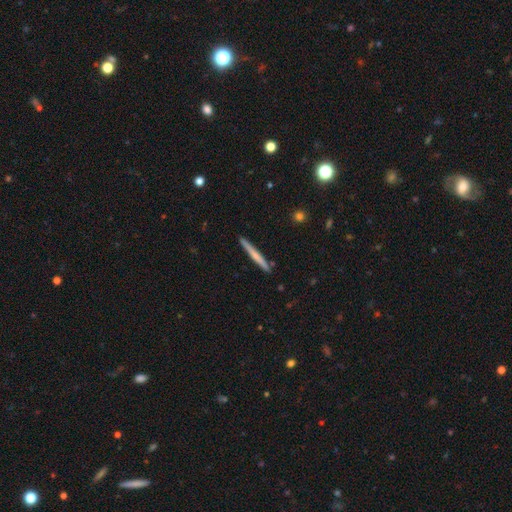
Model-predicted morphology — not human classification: The model was most divided on "smooth or featured": smooth: 49%, featured or disk: 45%, star or artifact: 6%. More confident: merging — none (90%).